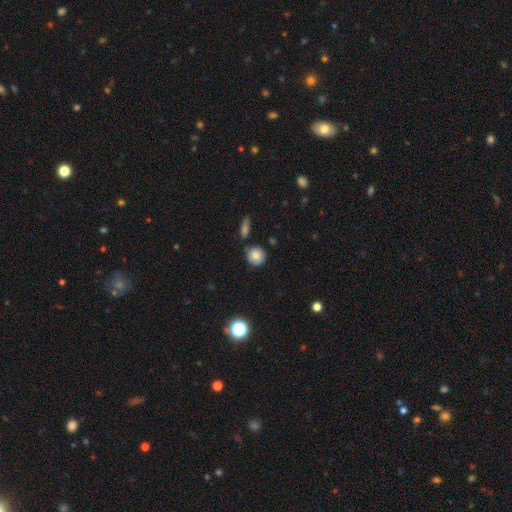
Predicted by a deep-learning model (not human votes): A smooth galaxy with no disk features (80%) that is round (91%).

Vote fractions:
- Smooth or featured? smooth: 80% / featured or disk: 11% / star or artifact: 10%
- How rounded? round: 91% / in between: 8% / cigar-shaped: 1%
- Merging? none: 82% / minor disturbance: 11% / merger: 6% / major disturbance: 2%